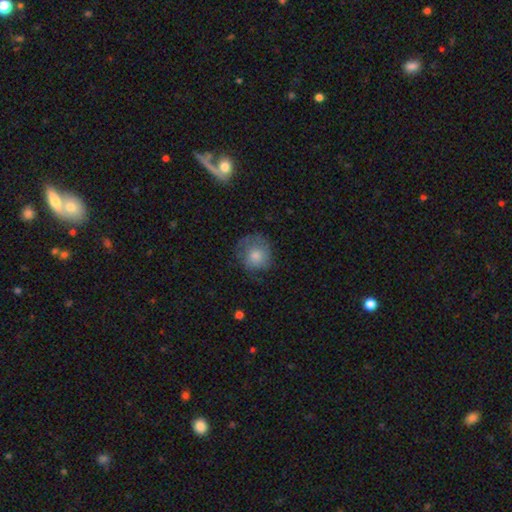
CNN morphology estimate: smooth_or_featured: smooth (p=0.66) [alt: featured or disk p=0.25]
how_rounded: round (p=0.84) [alt: in between p=0.14]
merging: none (p=0.63) [alt: minor disturbance p=0.23]